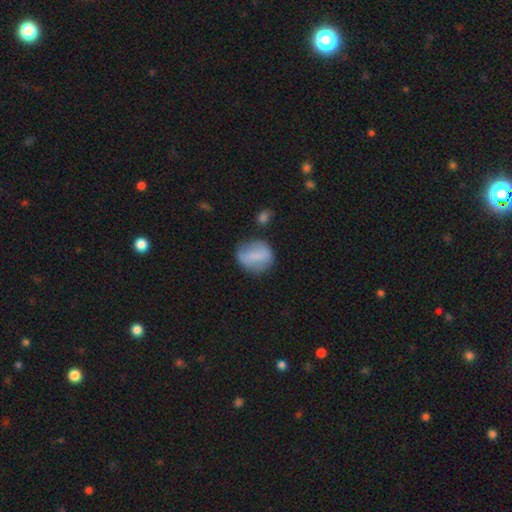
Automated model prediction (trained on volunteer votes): smooth_or_featured: smooth (p=0.63) [alt: featured or disk p=0.29]
how_rounded: round (p=0.54) [alt: in between p=0.44]
merging: none (p=0.64) [alt: minor disturbance p=0.23]